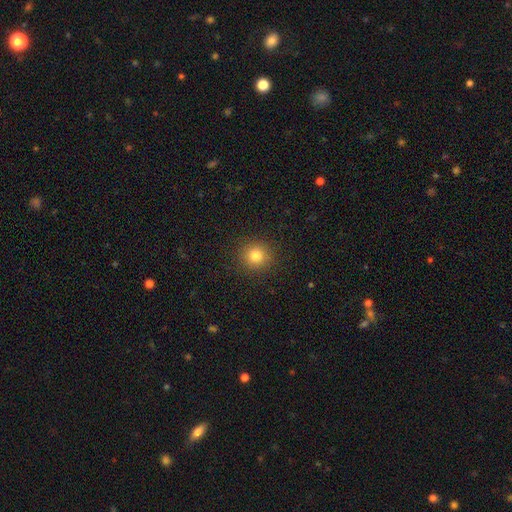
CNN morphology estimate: Q: Smooth or featured?
A: smooth (80%); runner-up: star or artifact (13%)
Q: How rounded?
A: round (91%); runner-up: in between (8%)
Q: Merging?
A: none (90%); runner-up: minor disturbance (6%)